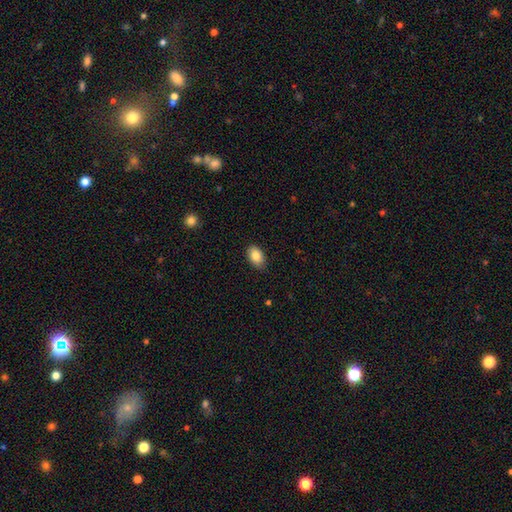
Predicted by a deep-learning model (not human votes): The model was most divided on "merging": none: 86%, minor disturbance: 11%, major disturbance: 2%, merger: 1%. More confident: how rounded — in between (90%); smooth or featured — smooth (85%).